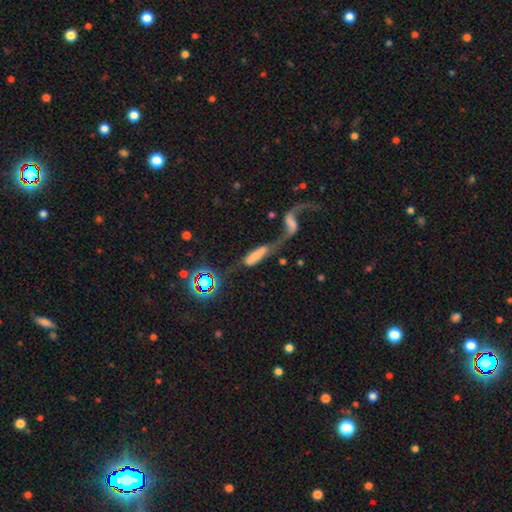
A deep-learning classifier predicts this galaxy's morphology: A smooth galaxy with no disk features (48%). Merging: merger (53%).